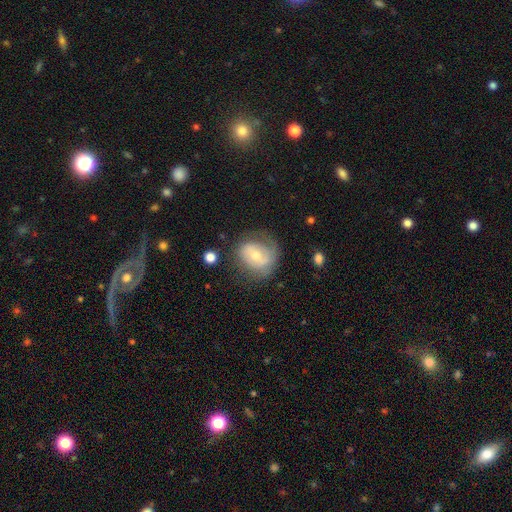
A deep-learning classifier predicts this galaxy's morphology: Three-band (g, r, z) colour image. It shows a featured or disk galaxy (56%) with no bar (53%), spiral arms (68%) and a moderate central bulge (58%). Merging: none (58%).